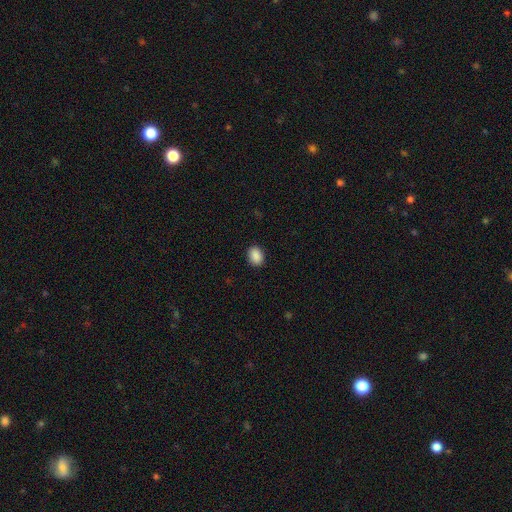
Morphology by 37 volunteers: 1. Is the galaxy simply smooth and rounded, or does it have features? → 92% smooth, 5% star or artifact, 3% featured or disk.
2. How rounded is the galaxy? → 53% round, 47% in between, 0% cigar-shaped.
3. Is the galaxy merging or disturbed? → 83% none, 9% minor disturbance, 6% major disturbance, 3% merger.